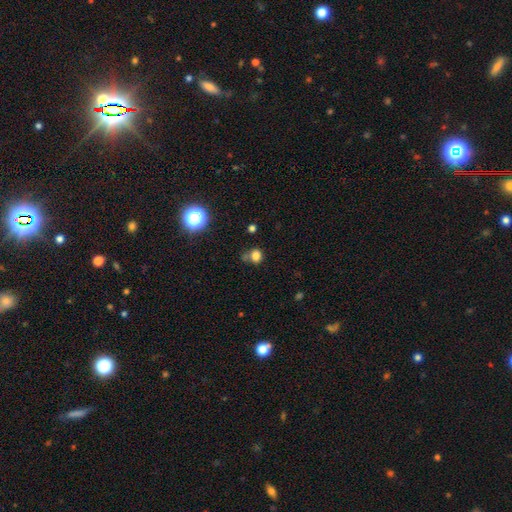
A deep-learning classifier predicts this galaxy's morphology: Smooth or featured: smooth — 78% (star or artifact — 16%)
How rounded: round — 73% (in between — 26%)
Merging: none — 58% (minor disturbance — 19%)